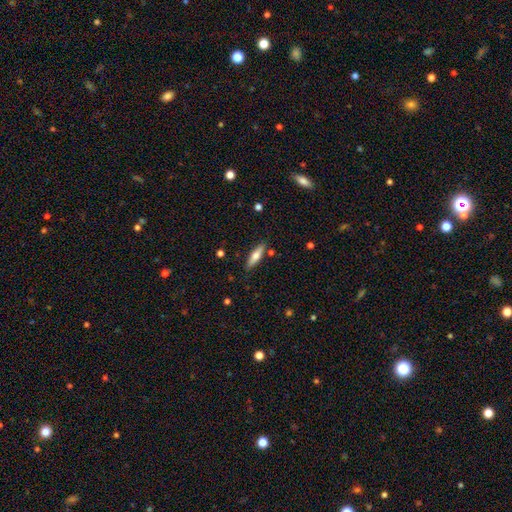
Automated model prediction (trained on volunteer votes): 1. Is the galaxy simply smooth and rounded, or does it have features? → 62% smooth, 32% featured or disk, 6% star or artifact.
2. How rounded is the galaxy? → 67% cigar-shaped, 31% in between, 2% round.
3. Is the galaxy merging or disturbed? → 84% none, 11% minor disturbance, 3% merger, 2% major disturbance.